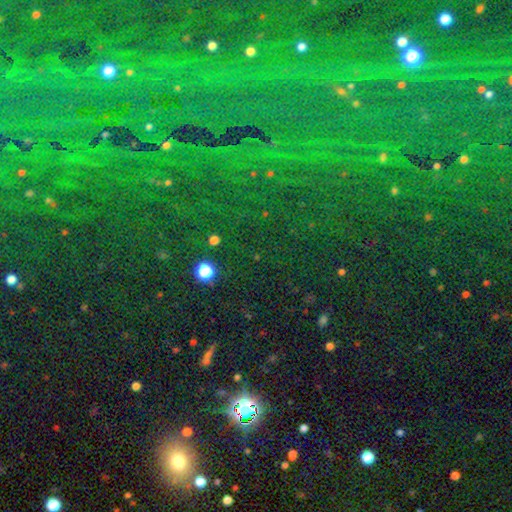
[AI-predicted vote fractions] Smooth or featured? Predicted: star or artifact (p=0.76).